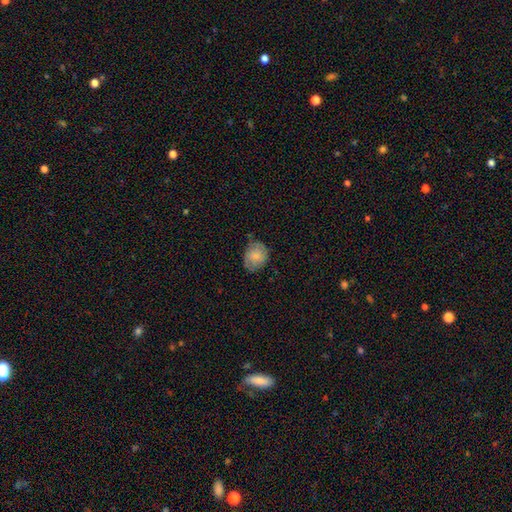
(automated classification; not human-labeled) Smooth or featured: smooth — 66% (featured or disk — 26%)
How rounded: round — 56% (in between — 43%)
Merging: none — 66% (minor disturbance — 26%)